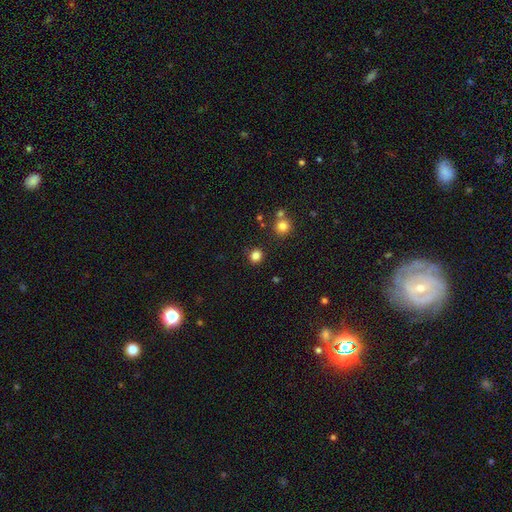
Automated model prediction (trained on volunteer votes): The model was most divided on "smooth or featured": smooth: 83%, star or artifact: 13%, featured or disk: 4%. More confident: merging — none (87%); how rounded — round (85%).